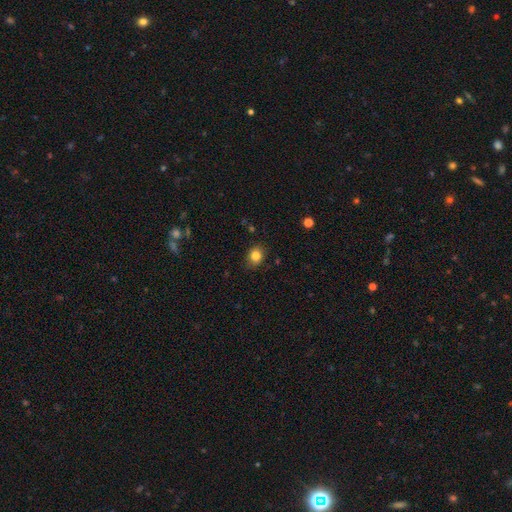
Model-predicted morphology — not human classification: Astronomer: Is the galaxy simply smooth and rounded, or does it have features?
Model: smooth — 83%.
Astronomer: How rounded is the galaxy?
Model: round — 59% (runner-up: in between, 41%).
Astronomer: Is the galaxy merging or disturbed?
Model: none — 84%.